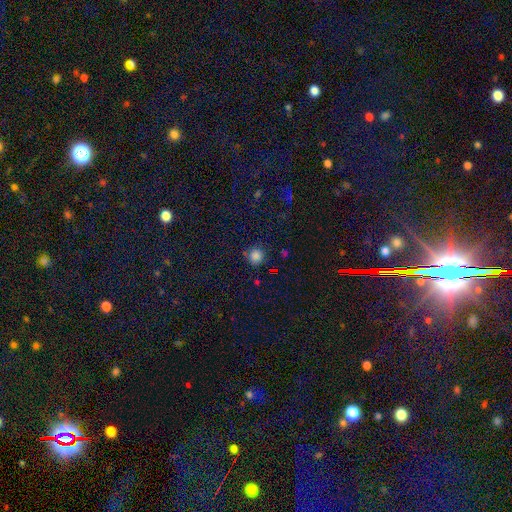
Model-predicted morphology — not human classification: smooth 78%, star or artifact 16%, featured or disk 5%. Down the decision tree: how rounded — round (92%); merging — none (79%).